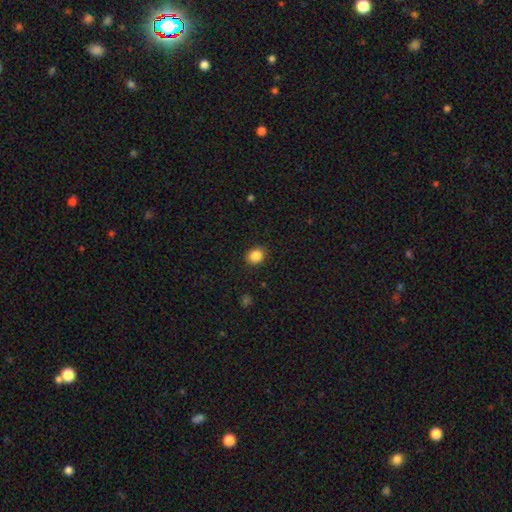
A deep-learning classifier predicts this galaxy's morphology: smooth_or_featured: smooth (p=0.87) [alt: star or artifact p=0.10]
how_rounded: round (p=0.63) [alt: in between p=0.36]
merging: none (p=0.88) [alt: minor disturbance p=0.08]